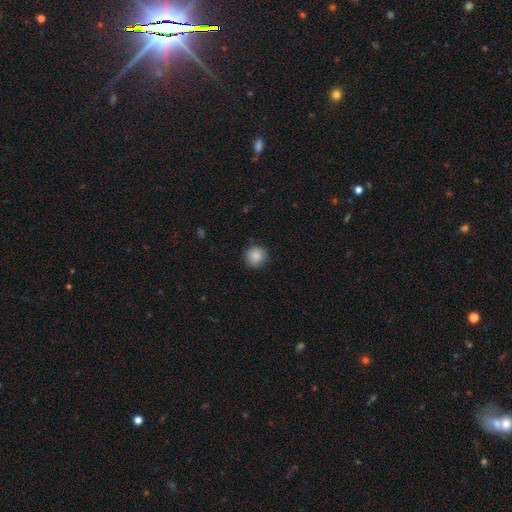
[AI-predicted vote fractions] Smooth or featured?
  - smooth: 87% *
  - star or artifact: 9%
  - featured or disk: 4%
How rounded?
  - round: 94% *
  - in between: 5%
  - cigar-shaped: 1%
Merging?
  - none: 87% *
  - minor disturbance: 9%
  - major disturbance: 2%
  - merger: 1%